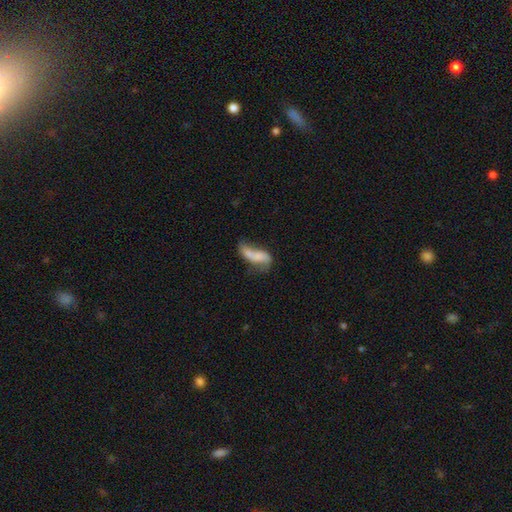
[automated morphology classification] This appears to be a smooth galaxy with no disk features (53%) that is in between round and cigar-shaped (70%). Merging: none (29%).